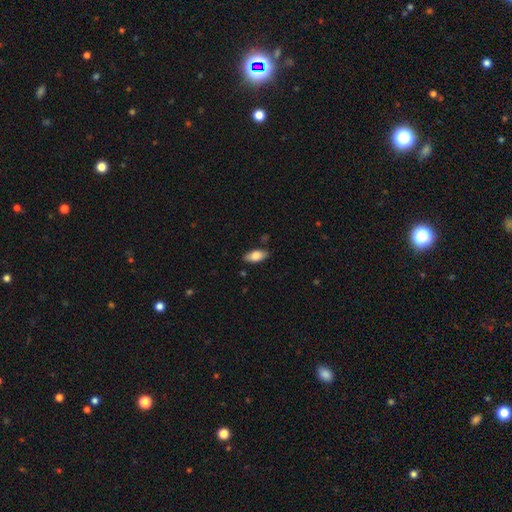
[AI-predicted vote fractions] Overall: smooth (80%). How rounded: in between (88%). Merging: none (84%).